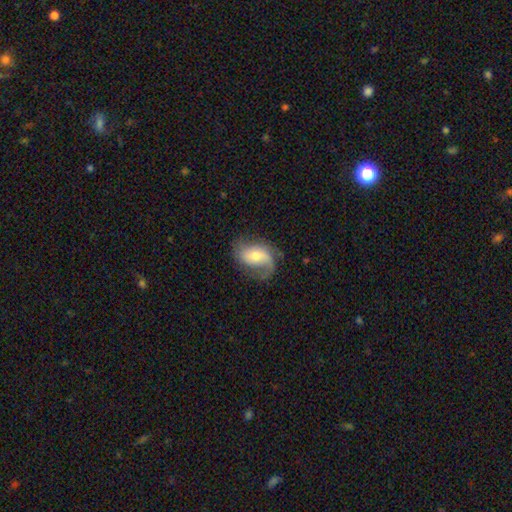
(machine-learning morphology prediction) This appears to be a featured or disk galaxy (66%) with no bar (48%), 2 (54%) loose (50%) spiral arms (89%) and a moderate central bulge (54%). Merging: none (57%).